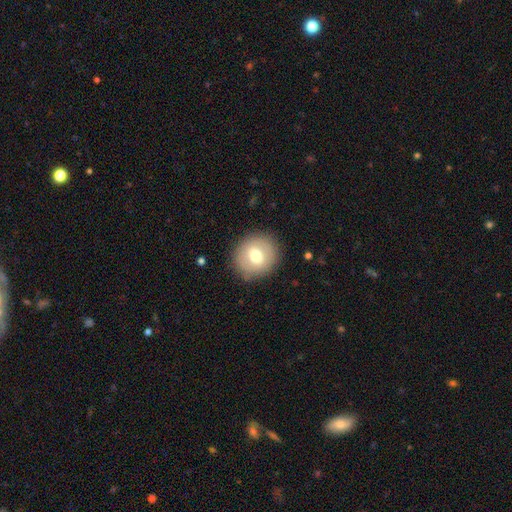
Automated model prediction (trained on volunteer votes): Morphology: type=smooth (68%); roundness=round (86%); merging=none (87%).